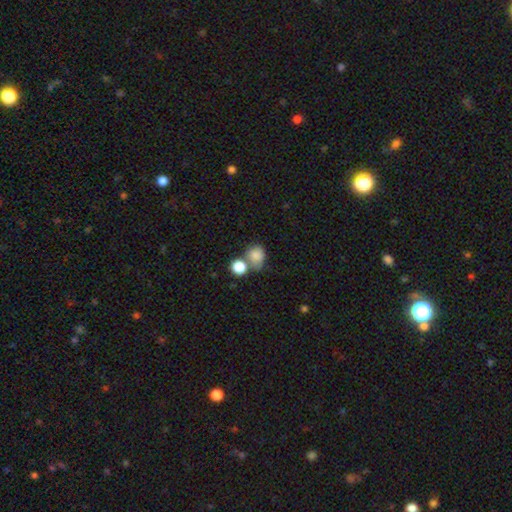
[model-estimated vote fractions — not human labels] smooth 83%, star or artifact 10%, featured or disk 7%. Down the decision tree: how rounded — round (67%); merging — none (42%).